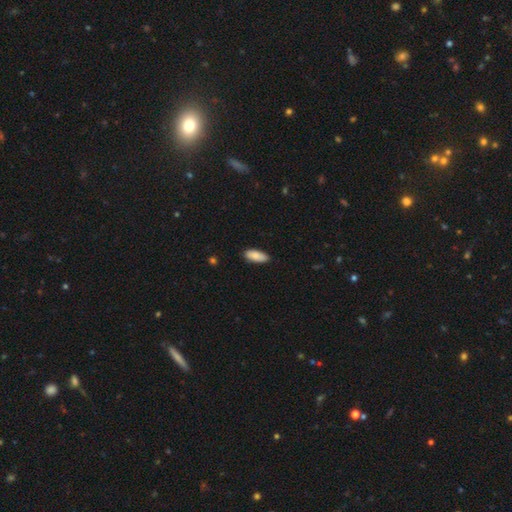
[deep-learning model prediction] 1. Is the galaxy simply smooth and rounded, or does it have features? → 86% smooth, 8% featured or disk, 6% star or artifact.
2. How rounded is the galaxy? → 80% in between, 18% cigar-shaped, 2% round.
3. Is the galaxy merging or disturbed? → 86% none, 11% minor disturbance, 2% major disturbance, 1% merger.